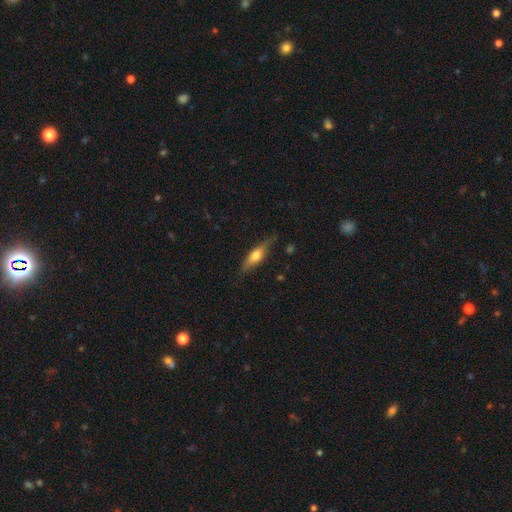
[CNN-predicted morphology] The model was most divided on "smooth or featured": smooth: 50%, featured or disk: 44%, star or artifact: 6%. More confident: merging — none (77%).